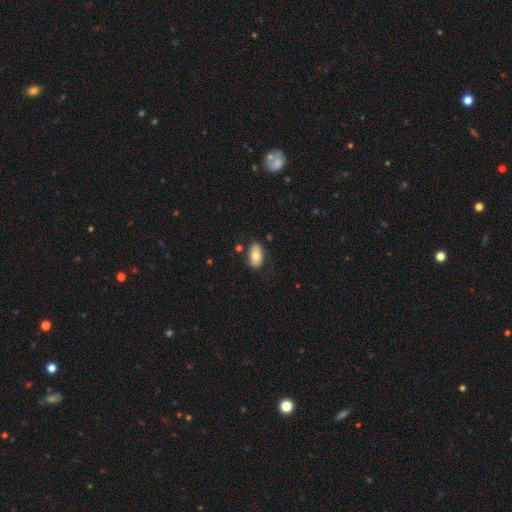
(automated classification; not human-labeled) This appears to be a smooth galaxy with no disk features (78%) that is in between round and cigar-shaped (92%). Merging: none (77%).